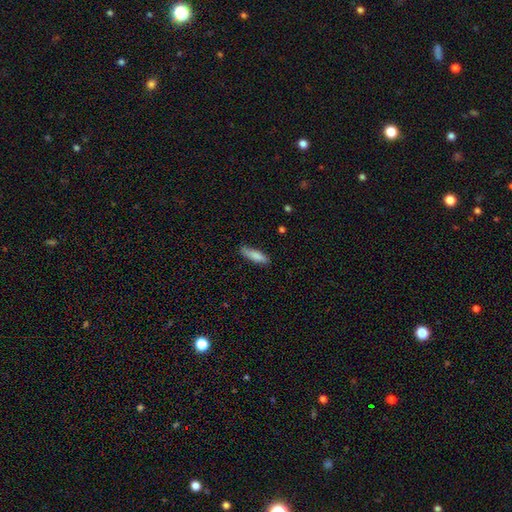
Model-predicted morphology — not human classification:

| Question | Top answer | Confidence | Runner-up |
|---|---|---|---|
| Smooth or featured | smooth | 84% | featured or disk (10%) |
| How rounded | cigar-shaped | 64% | in between (35%) |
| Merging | none | 82% | minor disturbance (14%) |